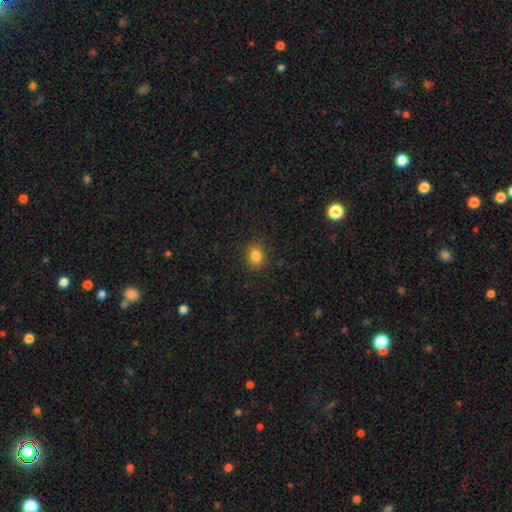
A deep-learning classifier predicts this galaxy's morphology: smooth-or-featured: smooth: 84% | star or artifact: 11% | featured or disk: 5%
  how-rounded: round: 67% | in between: 32% | cigar-shaped: 1%
  merging: none: 89% | minor disturbance: 8% | major disturbance: 2% | merger: 1%